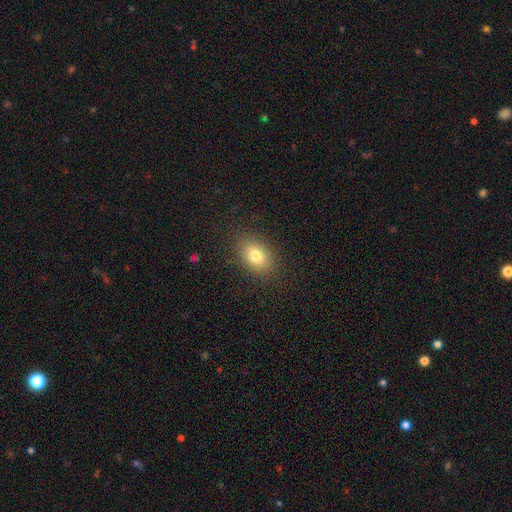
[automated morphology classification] Smooth or featured? smooth (79%)
How rounded? in between (78%)
Merging? none (86%)